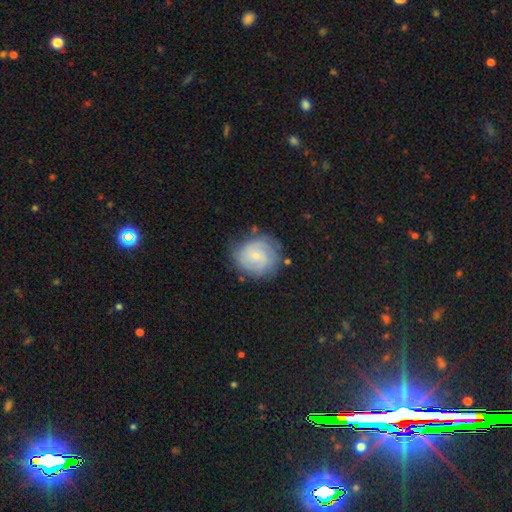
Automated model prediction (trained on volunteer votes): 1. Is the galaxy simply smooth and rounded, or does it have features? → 59% featured or disk, 34% smooth, 8% star or artifact.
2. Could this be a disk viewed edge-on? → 98% no, 2% yes.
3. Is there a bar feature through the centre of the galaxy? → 64% no, 32% weak, 4% strong.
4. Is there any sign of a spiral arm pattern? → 88% yes, 12% no.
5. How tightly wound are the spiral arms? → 61% tight, 30% medium, 9% loose.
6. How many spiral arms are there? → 38% can't tell, 29% 2, 17% 3, 6% 4, 5% 1, 4% more than 4.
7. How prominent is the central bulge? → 76% small, 17% moderate, 4% none, 1% large, 1% dominant.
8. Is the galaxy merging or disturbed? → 74% none, 18% minor disturbance, 6% major disturbance, 2% merger.